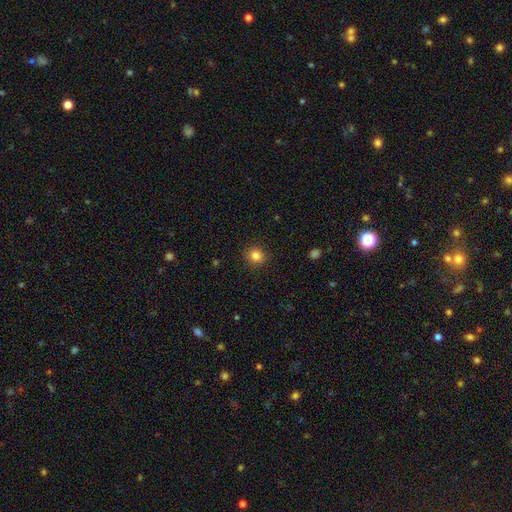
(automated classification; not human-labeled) smooth-or-featured: smooth: 83% | star or artifact: 12% | featured or disk: 5%
  how-rounded: round: 89% | in between: 10% | cigar-shaped: 1%
  merging: none: 91% | minor disturbance: 6% | major disturbance: 2% | merger: 1%